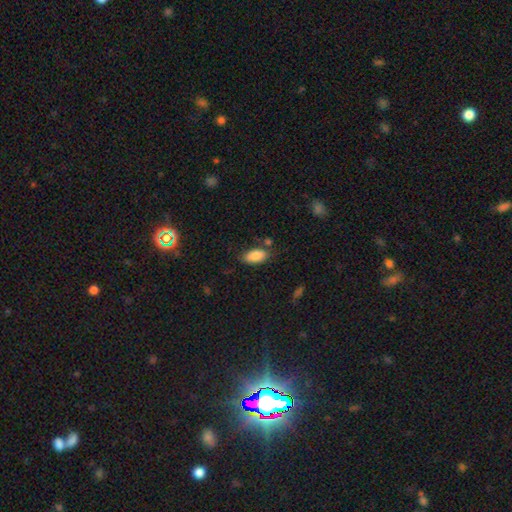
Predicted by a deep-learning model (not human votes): smooth 87%, star or artifact 7%, featured or disk 6%. Down the decision tree: how rounded — in between (93%); merging — none (75%).